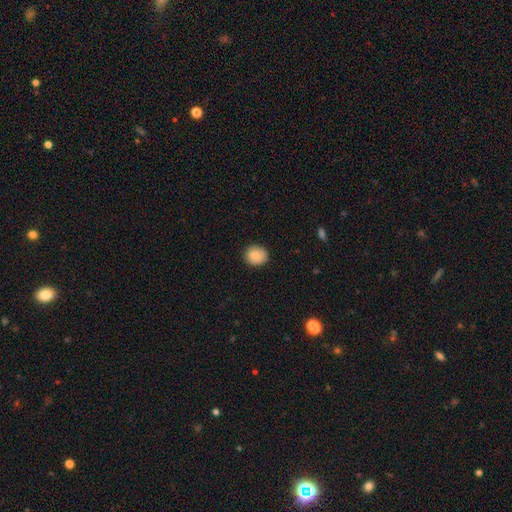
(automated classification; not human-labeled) Smooth or featured: smooth — 87% (star or artifact — 8%)
How rounded: round — 79% (in between — 20%)
Merging: none — 89% (minor disturbance — 9%)